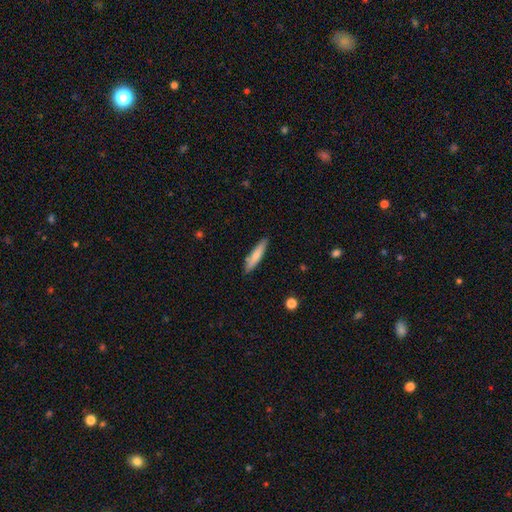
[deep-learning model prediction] Q: Smooth or featured?
A: smooth (74%); runner-up: featured or disk (21%)
Q: How rounded?
A: cigar-shaped (85%); runner-up: in between (13%)
Q: Merging?
A: none (86%); runner-up: minor disturbance (10%)